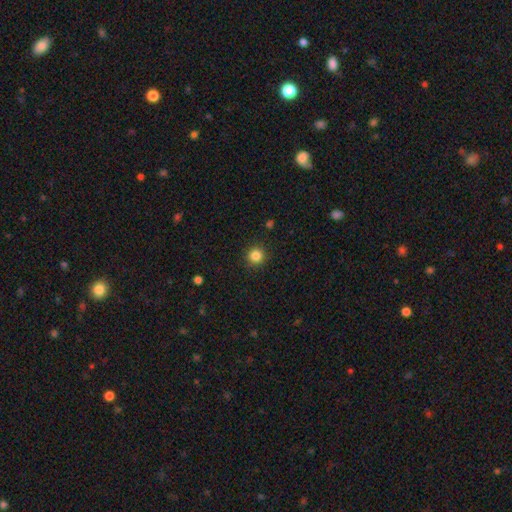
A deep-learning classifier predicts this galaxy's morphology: smooth_or_featured: smooth (p=0.84) [alt: star or artifact p=0.12]
how_rounded: round (p=0.94) [alt: in between p=0.05]
merging: none (p=0.91) [alt: minor disturbance p=0.05]